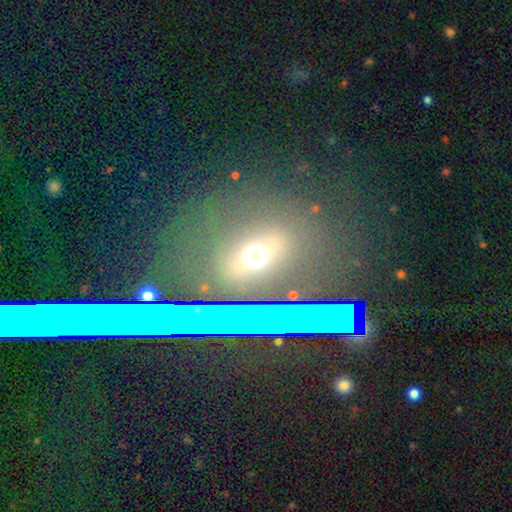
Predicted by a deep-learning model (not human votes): Smooth or featured? Predicted: smooth (p=0.56). How rounded? Predicted: in between (p=0.64). Merging? Predicted: none (p=0.73).